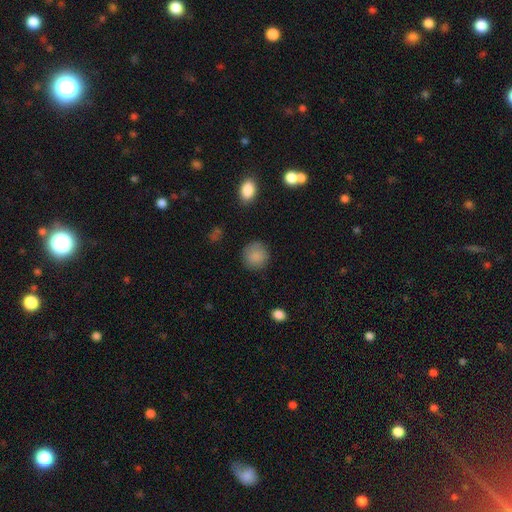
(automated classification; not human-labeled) smooth-or-featured: smooth: 87% | star or artifact: 9% | featured or disk: 5%
  how-rounded: round: 92% | in between: 7% | cigar-shaped: 1%
  merging: none: 86% | minor disturbance: 10% | major disturbance: 3% | merger: 1%